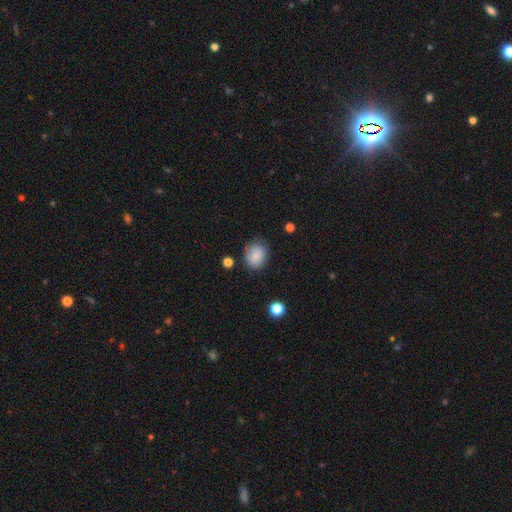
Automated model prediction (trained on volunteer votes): Smooth or featured? smooth (84%)
How rounded? round (54%)
Merging? none (75%)